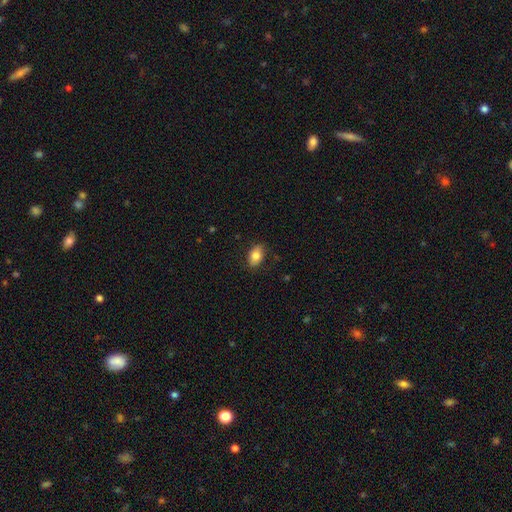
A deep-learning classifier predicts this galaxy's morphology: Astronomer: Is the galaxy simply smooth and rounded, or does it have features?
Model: smooth — 82%.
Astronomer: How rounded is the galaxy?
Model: in between — 88%.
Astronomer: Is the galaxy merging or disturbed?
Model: none — 85%.